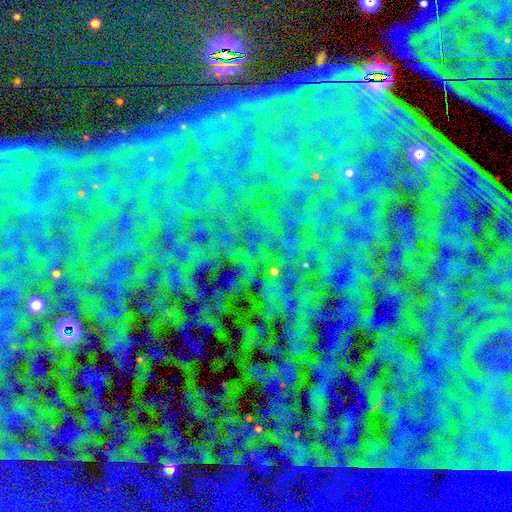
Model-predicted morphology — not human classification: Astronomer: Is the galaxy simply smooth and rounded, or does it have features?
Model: star or artifact — 84%.